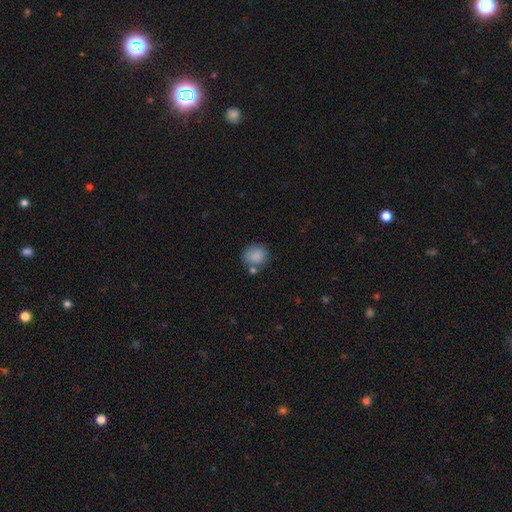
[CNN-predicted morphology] This is clearly a smooth galaxy (86%). How rounded: likely round (75%). Merging: likely none (66%).